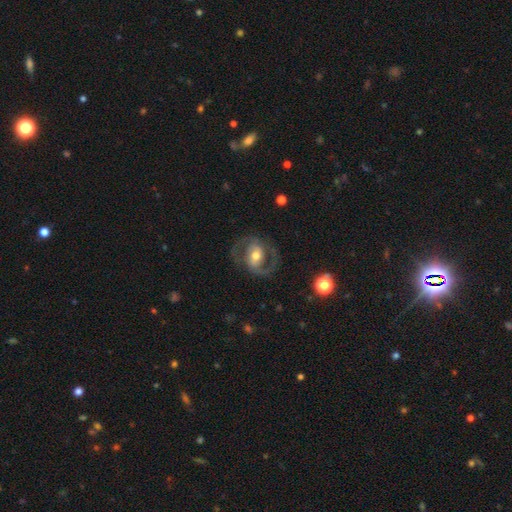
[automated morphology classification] type=featured or disk (78%); edge-on=no (97%); bar=weak (39%); spiral arms=yes (83%); winding=medium (57%); arm count=2 (89%); bulge=moderate (68%); merging=none (75%).